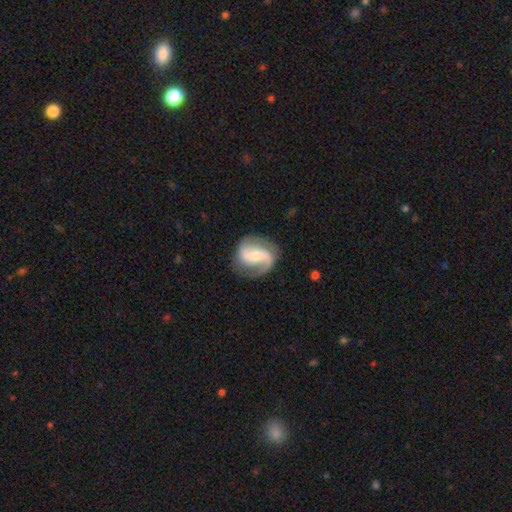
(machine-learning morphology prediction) Smooth or featured? Predicted: featured or disk (p=0.84). Edge-on disk? Predicted: no (p=0.98). Bar? Predicted: weak (p=0.40). Spiral arms? Predicted: yes (p=0.96). Spiral winding? Predicted: medium (p=0.42, tied with loose). Spiral arm count? Predicted: 2 (p=0.85). Bulge size? Predicted: small (p=0.51). Merging? Predicted: none (p=0.77).